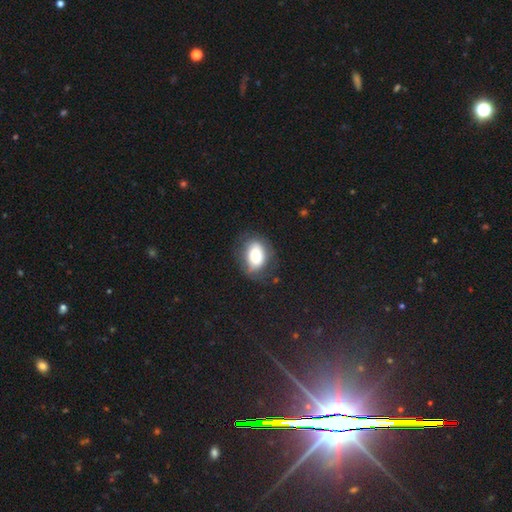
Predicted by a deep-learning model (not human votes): A smooth galaxy with no disk features (75%) that is in between round and cigar-shaped (80%).

Vote fractions:
- Smooth or featured? smooth: 75% / featured or disk: 17% / star or artifact: 8%
- How rounded? in between: 80% / round: 18% / cigar-shaped: 2%
- Merging? none: 68% / minor disturbance: 21% / major disturbance: 9% / merger: 2%